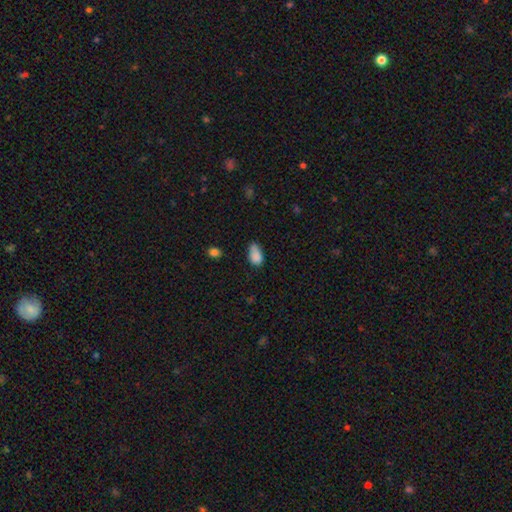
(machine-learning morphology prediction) Q: Smooth or featured?
A: smooth (85%); runner-up: star or artifact (9%)
Q: How rounded?
A: in between (90%); runner-up: round (8%)
Q: Merging?
A: none (48%); runner-up: minor disturbance (39%)